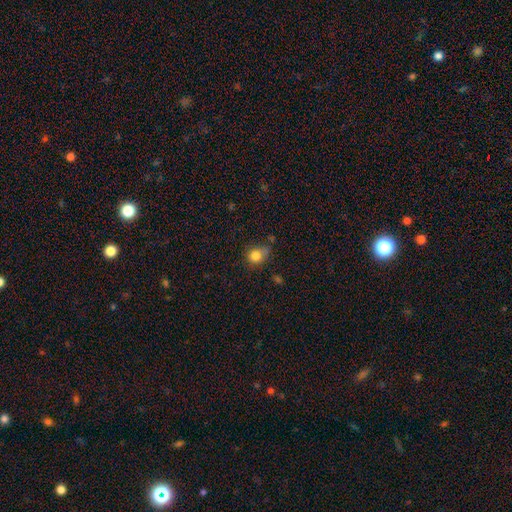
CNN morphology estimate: This appears to be a smooth galaxy with no disk features (81%) that is round (67%). Merging: none (53%).